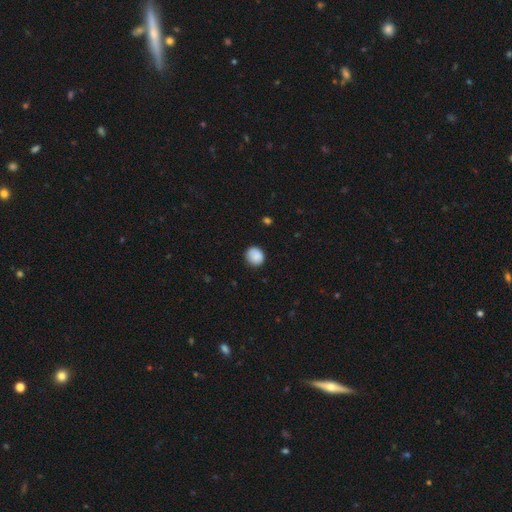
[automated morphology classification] type=smooth (88%); roundness=round (85%); merging=none (85%).